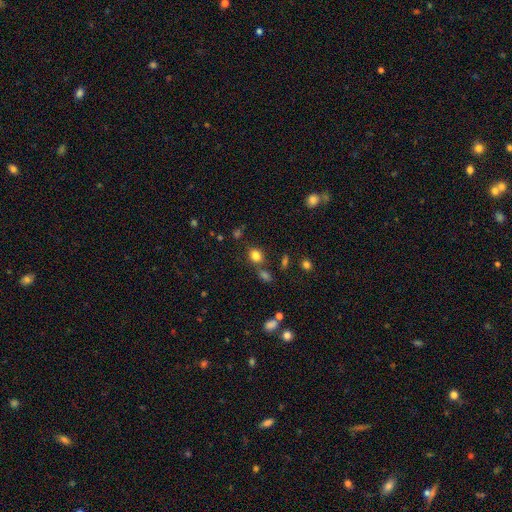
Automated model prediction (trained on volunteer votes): Smooth or featured? Predicted: smooth (p=0.80). How rounded? Predicted: round (p=0.62). Merging? Predicted: none (p=0.71).